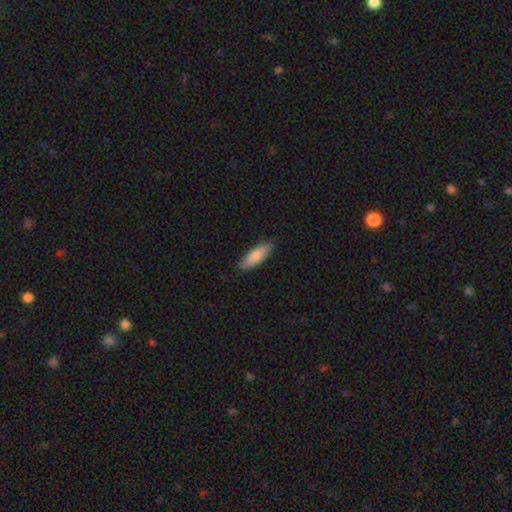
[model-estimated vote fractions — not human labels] Smooth or featured?
  - smooth: 82% *
  - featured or disk: 13%
  - star or artifact: 5%
How rounded?
  - in between: 58% *
  - cigar-shaped: 41%
  - round: 2%
Merging?
  - none: 83% *
  - minor disturbance: 13%
  - major disturbance: 2%
  - merger: 1%